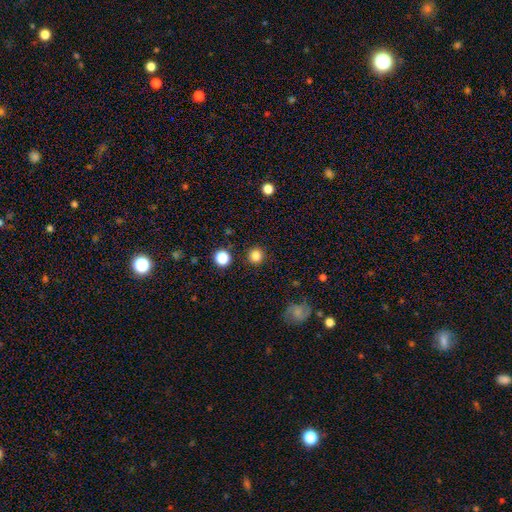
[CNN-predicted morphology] The model was most divided on "smooth or featured": smooth: 85%, star or artifact: 12%, featured or disk: 4%. More confident: how rounded — round (94%); merging — none (91%).